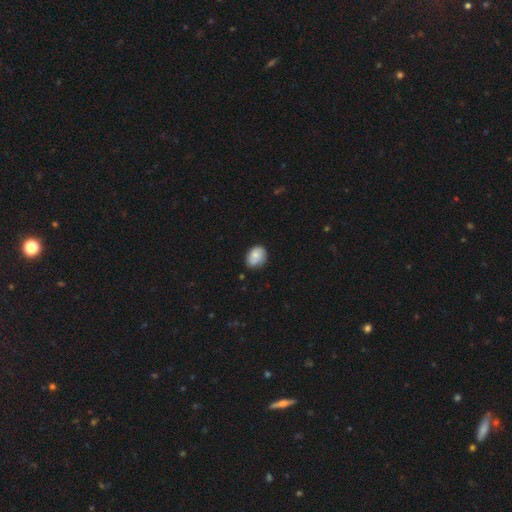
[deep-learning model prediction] Overall: smooth (72%). How rounded: in between (61%; round 38%). Merging: none (67%).